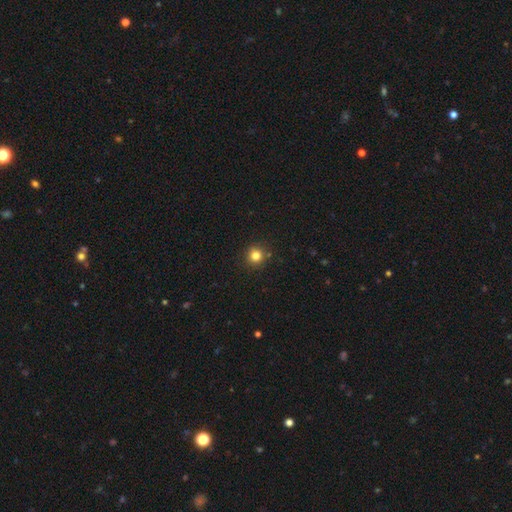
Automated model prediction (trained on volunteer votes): This appears to be a smooth galaxy with no disk features (81%) that is round (93%). Merging: none (90%).